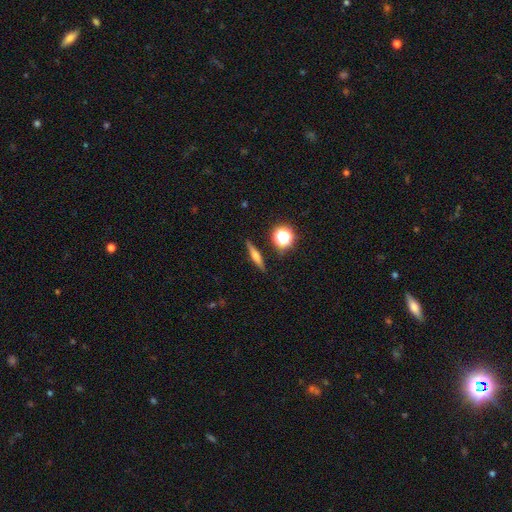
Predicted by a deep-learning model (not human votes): smooth_or_featured: smooth (p=0.47) [alt: featured or disk p=0.42]
merging: none (p=0.87) [alt: minor disturbance p=0.09]